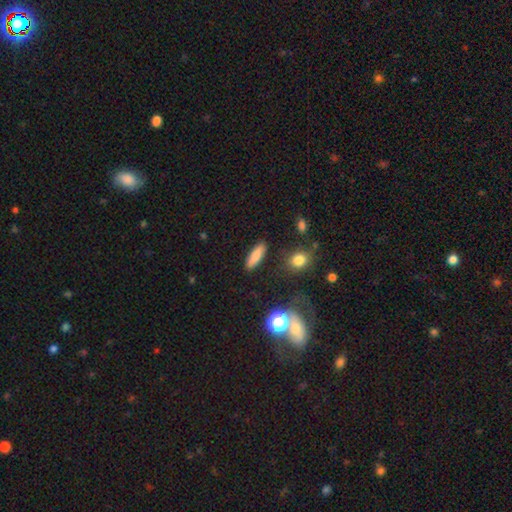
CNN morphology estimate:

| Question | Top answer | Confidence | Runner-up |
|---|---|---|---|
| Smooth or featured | smooth | 81% | featured or disk (10%) |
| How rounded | cigar-shaped | 54% | in between (43%) |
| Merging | none | 88% | minor disturbance (8%) |